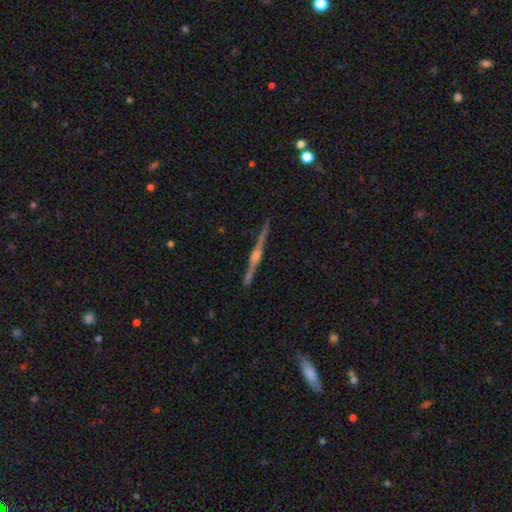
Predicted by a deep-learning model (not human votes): This is clearly a featured or disk galaxy (87%). It is clearly viewed edge-on (99%). Edge-on bulge: clearly rounded (86%). Merging: clearly none (92%).